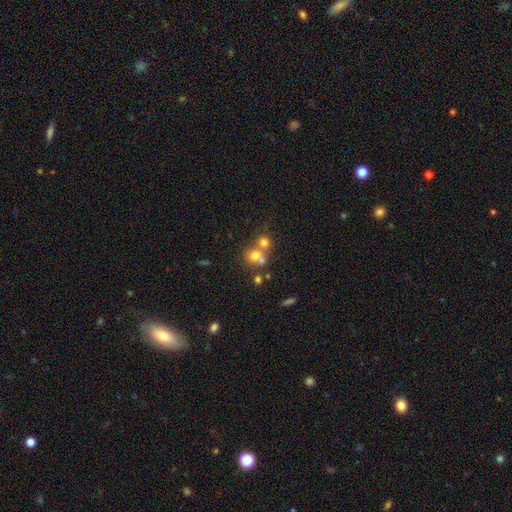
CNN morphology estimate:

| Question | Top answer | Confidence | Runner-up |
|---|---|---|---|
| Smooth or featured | smooth | 67% | featured or disk (17%) |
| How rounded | round | 82% | in between (17%) |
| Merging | merger | 50% | none (40%) |